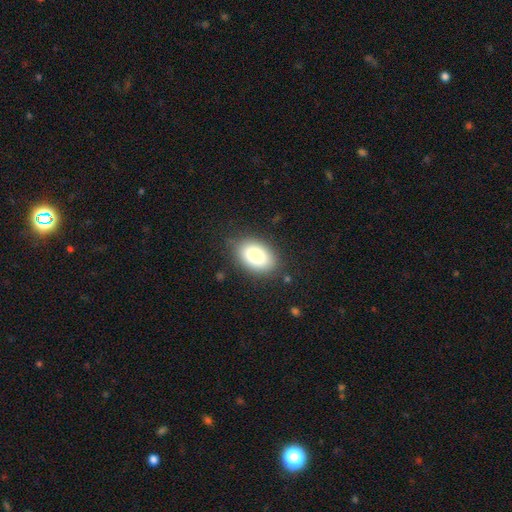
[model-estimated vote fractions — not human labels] A smooth galaxy with no disk features (81%) that is in between round and cigar-shaped (88%).

Vote fractions:
- Smooth or featured? smooth: 81% / featured or disk: 11% / star or artifact: 8%
- How rounded? in between: 88% / round: 11% / cigar-shaped: 1%
- Merging? none: 82% / minor disturbance: 13% / major disturbance: 4% / merger: 1%